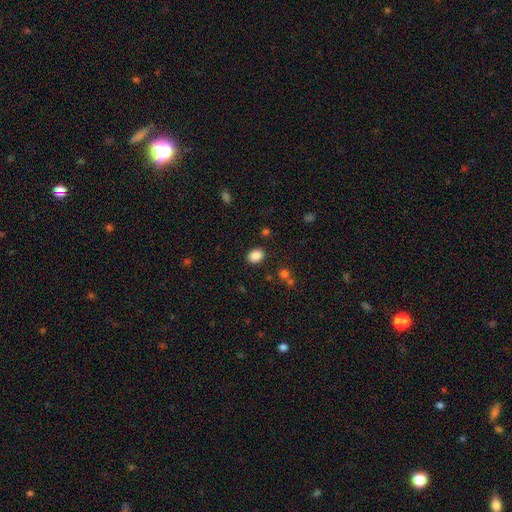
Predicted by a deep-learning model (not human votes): Q: Smooth or featured?
A: smooth (87%); runner-up: star or artifact (9%)
Q: How rounded?
A: in between (64%); runner-up: round (35%)
Q: Merging?
A: none (86%); runner-up: minor disturbance (9%)